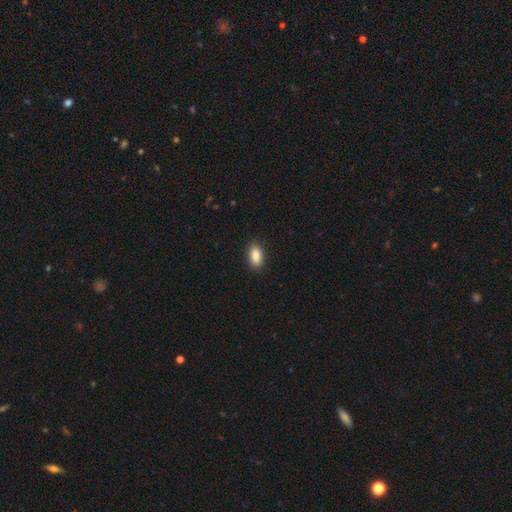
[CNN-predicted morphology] smooth 88%, star or artifact 8%, featured or disk 4%. Down the decision tree: how rounded — in between (91%); merging — none (89%).